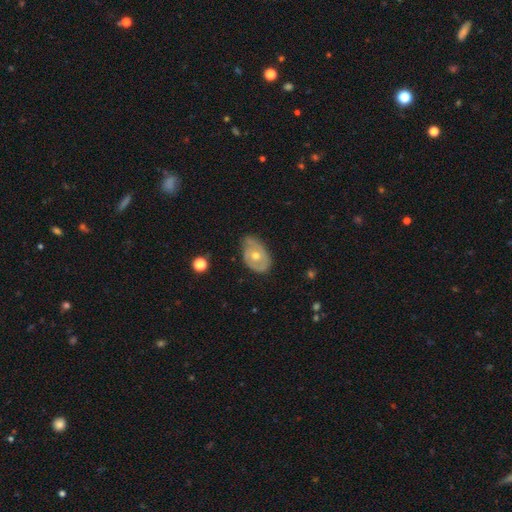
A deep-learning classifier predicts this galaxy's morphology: type=featured or disk (60%); edge-on=no (92%); bar=no (83%); spiral arms=yes (50%, tied with no); bulge=moderate (64%); merging=none (58%).